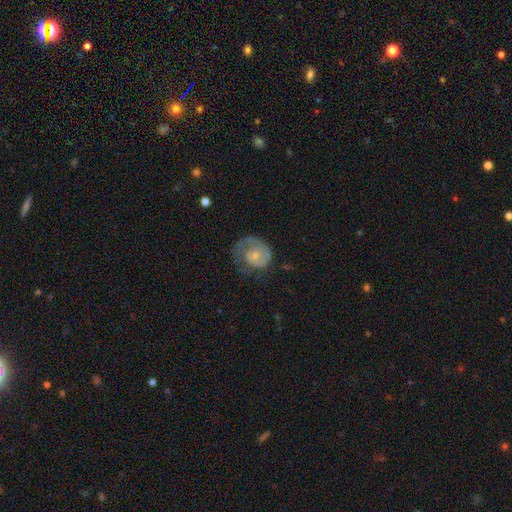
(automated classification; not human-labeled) smooth-or-featured: featured or disk: 51% | smooth: 43% | star or artifact: 7%
  disk-edge-on: no: 98% | yes: 2%
  merging: none: 38% | major disturbance: 35% | minor disturbance: 25% | merger: 2%